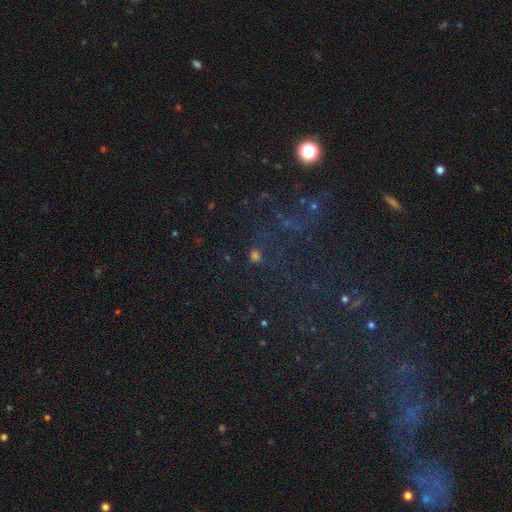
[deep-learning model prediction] Smooth or featured? star or artifact (54%)